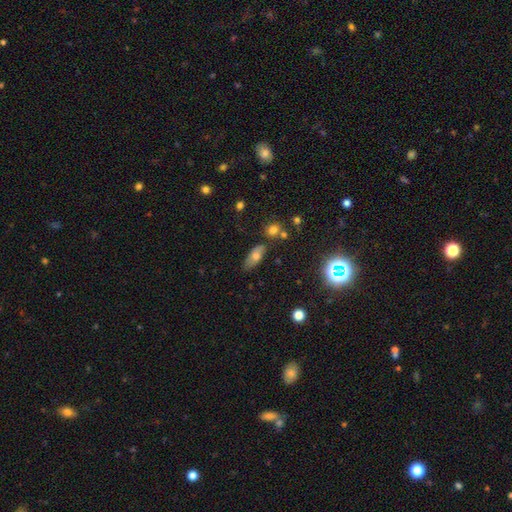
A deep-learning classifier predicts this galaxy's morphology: Smooth or featured? Predicted: smooth (p=0.66). How rounded? Predicted: in between (p=0.80). Merging? Predicted: none (p=0.67).